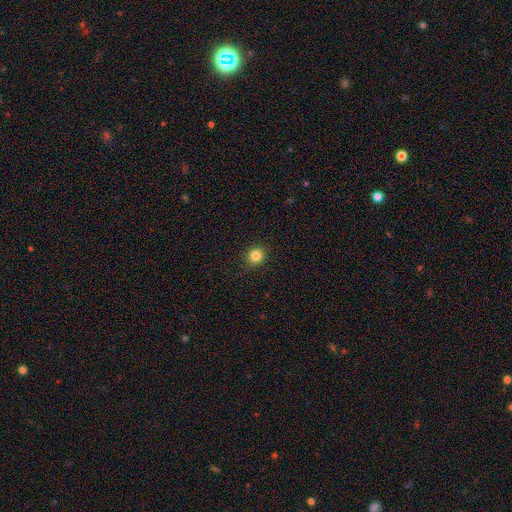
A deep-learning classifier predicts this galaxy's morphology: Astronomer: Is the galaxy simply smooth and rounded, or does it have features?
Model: smooth — 83%.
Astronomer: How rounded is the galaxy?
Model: round — 89%.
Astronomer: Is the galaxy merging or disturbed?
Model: none — 91%.